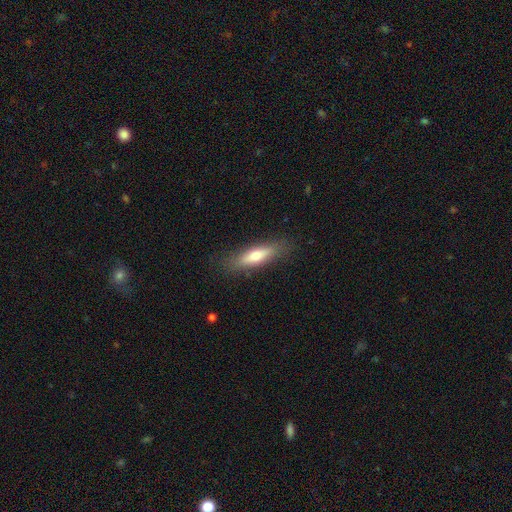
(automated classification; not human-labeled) The model was most divided on "smooth or featured": smooth: 65%, featured or disk: 29%, star or artifact: 6%. More confident: merging — none (84%); how rounded — cigar-shaped (67%).